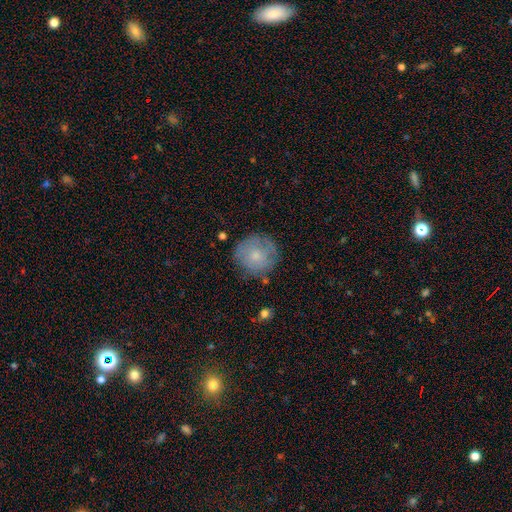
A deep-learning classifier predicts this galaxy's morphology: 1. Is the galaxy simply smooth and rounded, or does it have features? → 60% smooth, 32% featured or disk, 8% star or artifact.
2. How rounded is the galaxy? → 91% round, 8% in between, 1% cigar-shaped.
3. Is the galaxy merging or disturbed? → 74% none, 18% minor disturbance, 6% major disturbance, 2% merger.